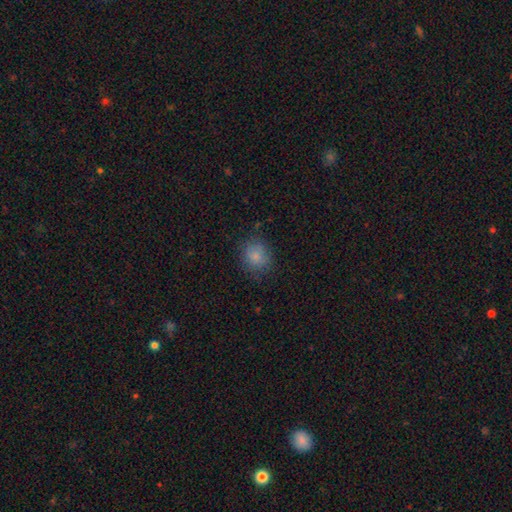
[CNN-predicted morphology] Smooth or featured?
  - smooth: 83% *
  - star or artifact: 11%
  - featured or disk: 7%
How rounded?
  - round: 77% *
  - in between: 22%
  - cigar-shaped: 1%
Merging?
  - none: 78% *
  - minor disturbance: 16%
  - major disturbance: 5%
  - merger: 1%